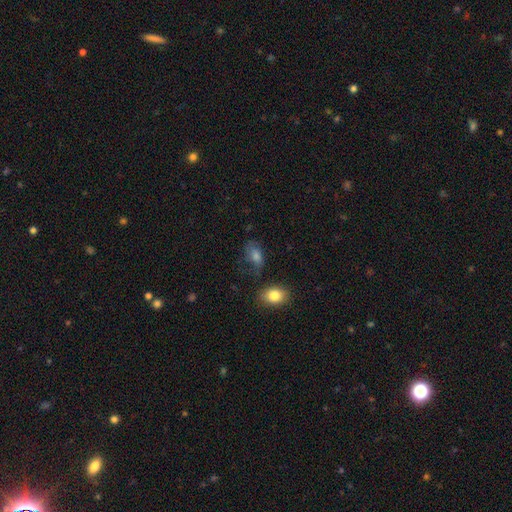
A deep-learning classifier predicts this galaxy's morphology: This is likely a smooth galaxy (69%). How rounded: clearly in between (84%). Merging: possibly none (58%).